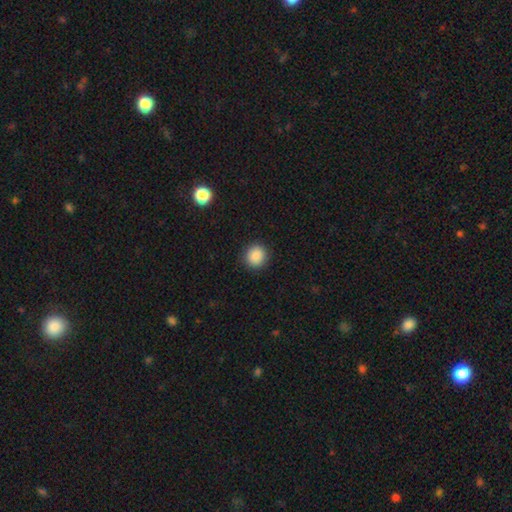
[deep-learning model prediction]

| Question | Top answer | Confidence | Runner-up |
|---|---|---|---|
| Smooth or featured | smooth | 88% | star or artifact (9%) |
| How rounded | round | 91% | in between (8%) |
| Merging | none | 91% | minor disturbance (6%) |